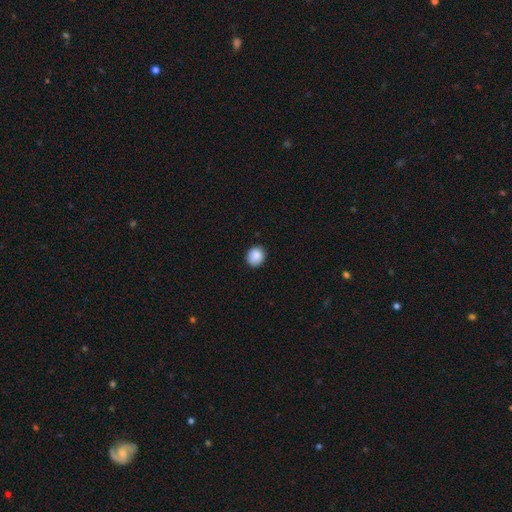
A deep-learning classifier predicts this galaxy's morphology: A smooth galaxy with no disk features (89%) that is round (81%).

Vote fractions:
- Smooth or featured? smooth: 89% / star or artifact: 8% / featured or disk: 3%
- How rounded? round: 81% / in between: 18% / cigar-shaped: 1%
- Merging? none: 89% / minor disturbance: 8% / major disturbance: 2% / merger: 1%